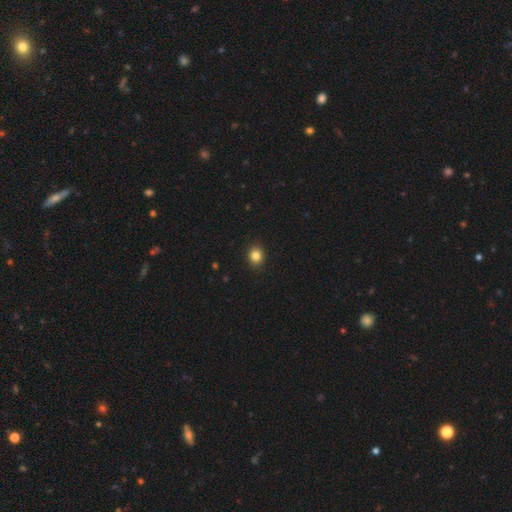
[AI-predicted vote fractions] smooth-or-featured: smooth: 84% | star or artifact: 11% | featured or disk: 5%
  how-rounded: round: 74% | in between: 25% | cigar-shaped: 1%
  merging: none: 91% | minor disturbance: 6% | major disturbance: 2% | merger: 1%